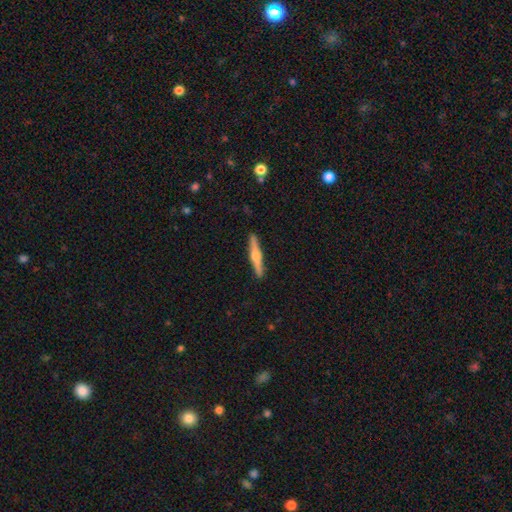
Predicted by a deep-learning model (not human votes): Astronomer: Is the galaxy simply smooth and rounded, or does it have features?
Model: featured or disk — 63%.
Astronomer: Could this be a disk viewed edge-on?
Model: yes — 98%.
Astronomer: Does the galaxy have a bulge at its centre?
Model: rounded — 91%.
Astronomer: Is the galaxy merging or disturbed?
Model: none — 91%.